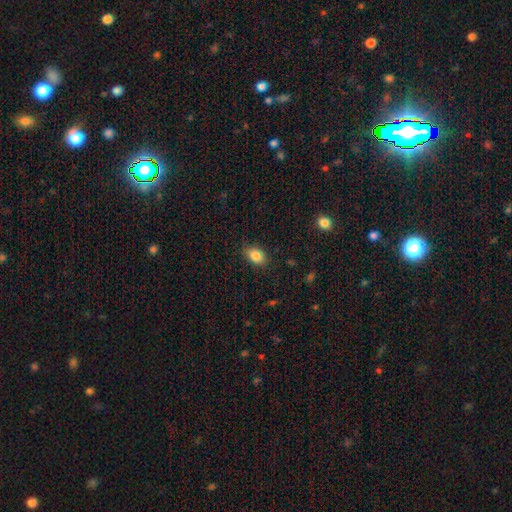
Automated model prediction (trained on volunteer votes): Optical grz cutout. It shows a smooth galaxy with no disk features (85%) that is in between round and cigar-shaped (76%). Merging: none (84%).